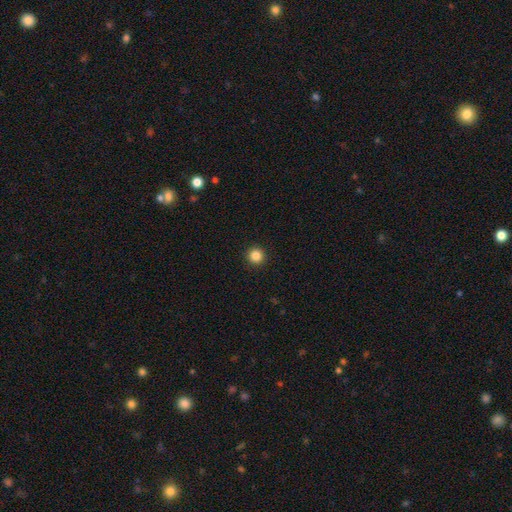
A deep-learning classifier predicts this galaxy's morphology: smooth-or-featured: smooth: 86% | star or artifact: 11% | featured or disk: 3%
  how-rounded: round: 96% | in between: 3% | cigar-shaped: 1%
  merging: none: 94% | minor disturbance: 4% | major disturbance: 1% | merger: 1%